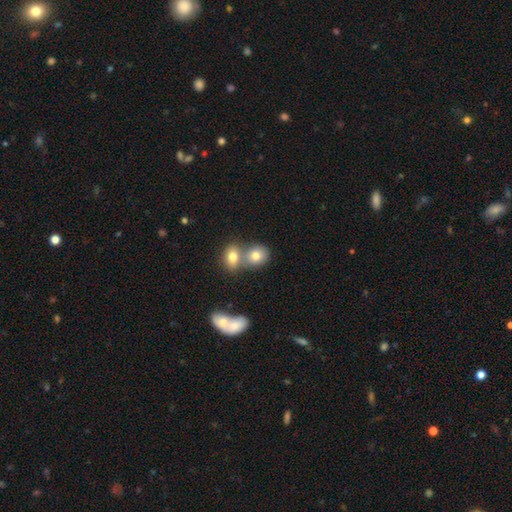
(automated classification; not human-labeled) Smooth or featured?
  - smooth: 77% *
  - featured or disk: 12%
  - star or artifact: 11%
How rounded?
  - round: 57% *
  - in between: 41%
  - cigar-shaped: 1%
Merging?
  - merger: 49% *
  - none: 40%
  - minor disturbance: 8%
  - major disturbance: 3%